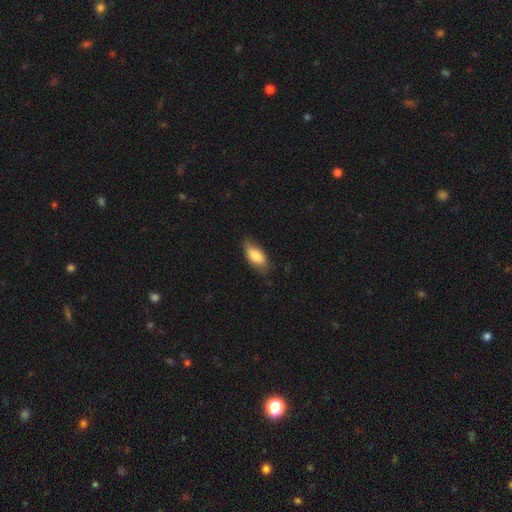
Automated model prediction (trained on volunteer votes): smooth 79%, featured or disk 15%, star or artifact 6%. Down the decision tree: how rounded — in between (90%); merging — none (69%).